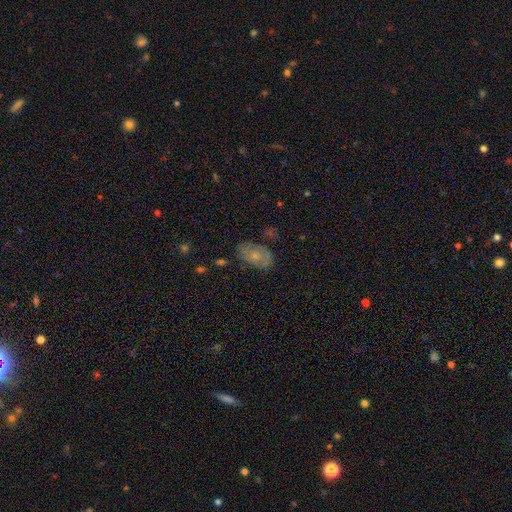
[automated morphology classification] Q: Smooth or featured?
A: smooth (48%); runner-up: featured or disk (42%)
Q: Merging?
A: none (67%); runner-up: minor disturbance (22%)